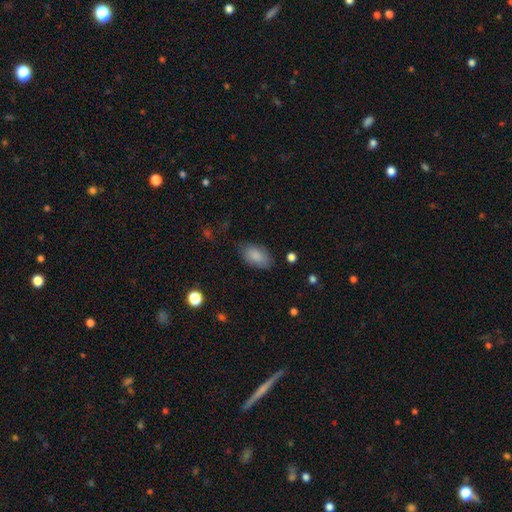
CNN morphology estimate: Smooth or featured? Predicted: smooth (p=0.87). How rounded? Predicted: in between (p=0.93). Merging? Predicted: none (p=0.75).